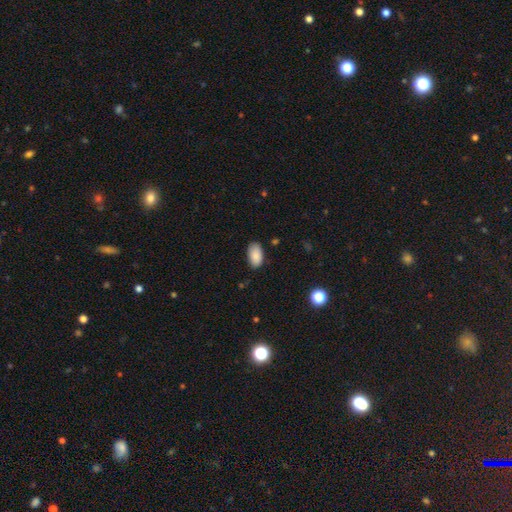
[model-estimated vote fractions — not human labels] The model was most divided on "merging": none: 82%, minor disturbance: 14%, major disturbance: 3%, merger: 1%. More confident: how rounded — in between (94%); smooth or featured — smooth (88%).